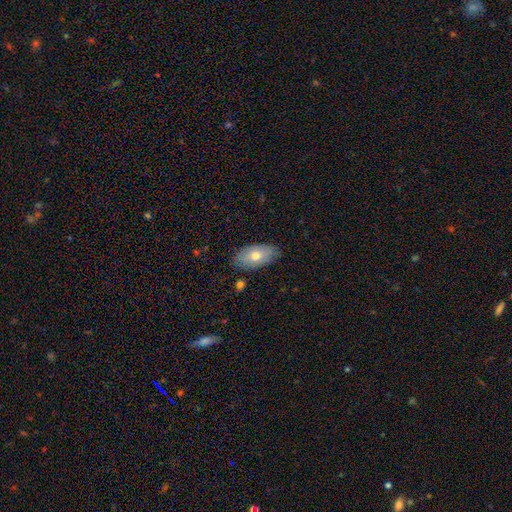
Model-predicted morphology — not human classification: A smooth galaxy with no disk features (71%) that is in between round and cigar-shaped (93%). Merging: none (83%).